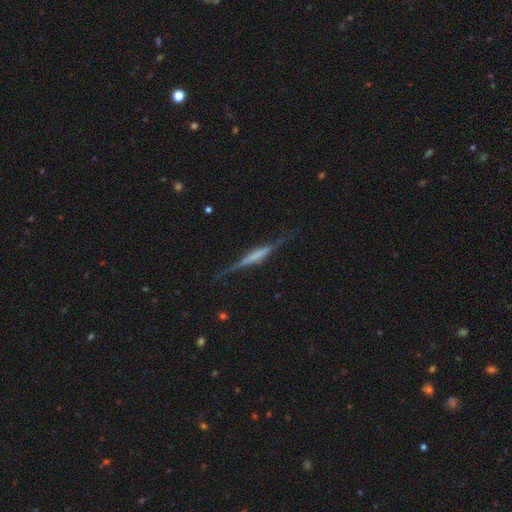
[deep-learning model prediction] Q: Smooth or featured?
A: featured or disk (73%); runner-up: smooth (20%)
Q: Edge-on disk?
A: yes (97%); runner-up: no (3%)
Q: Edge-on bulge?
A: boxy (41%); runner-up: none (32%)
Q: Merging?
A: none (80%); runner-up: minor disturbance (14%)